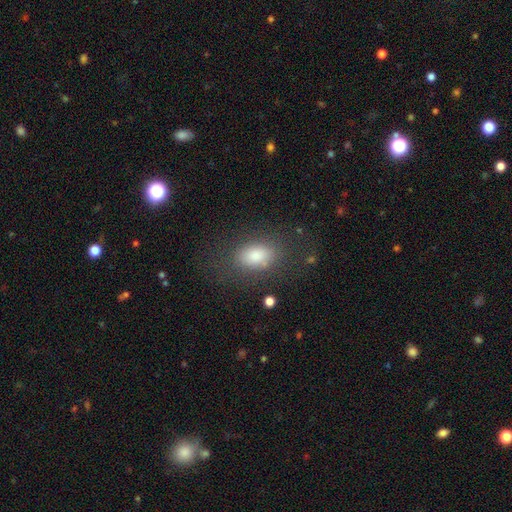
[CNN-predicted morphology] smooth-or-featured: smooth: 79% | featured or disk: 11% | star or artifact: 10%
  how-rounded: in between: 86% | round: 11% | cigar-shaped: 2%
  merging: none: 75% | minor disturbance: 15% | major disturbance: 9% | merger: 2%